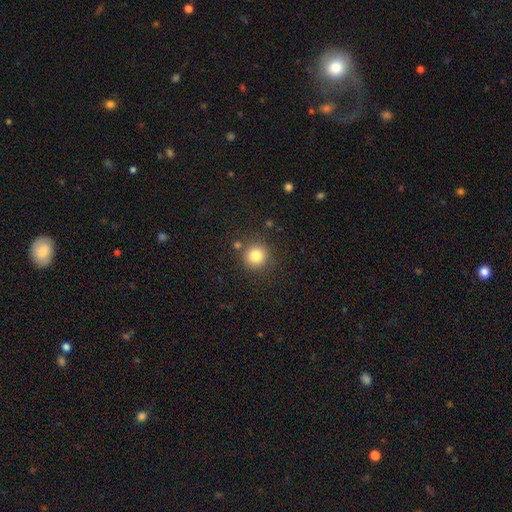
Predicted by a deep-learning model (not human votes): smooth_or_featured: smooth (p=0.82) [alt: star or artifact p=0.12]
how_rounded: round (p=0.93) [alt: in between p=0.06]
merging: none (p=0.84) [alt: minor disturbance p=0.08]